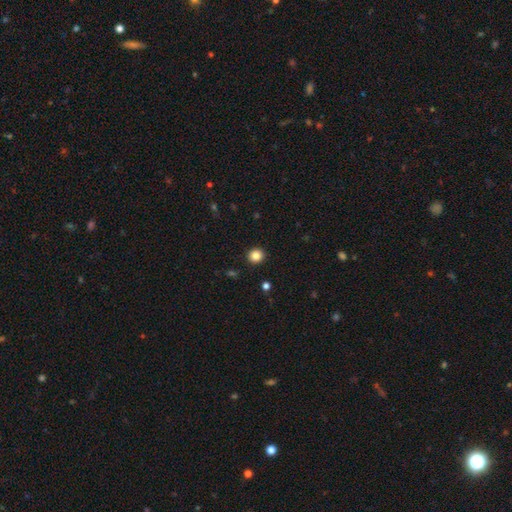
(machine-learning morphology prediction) smooth 85%, star or artifact 11%, featured or disk 4%. Down the decision tree: how rounded — round (91%); merging — none (93%).